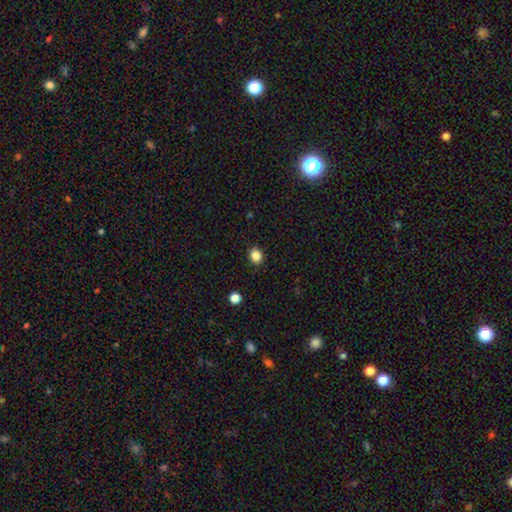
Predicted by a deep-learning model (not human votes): A smooth galaxy with no disk features (85%) that is round (62%). Merging: none (89%).